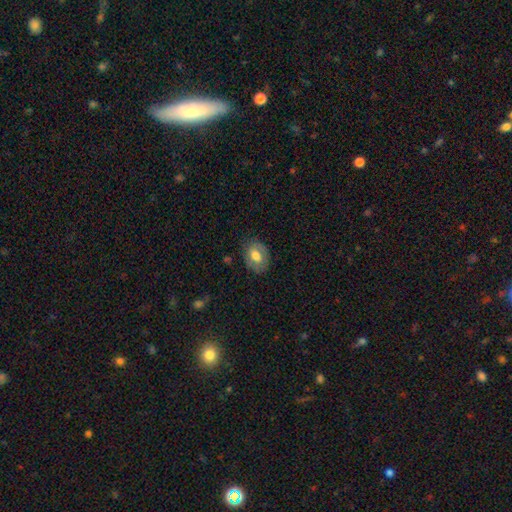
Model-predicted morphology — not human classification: Smooth or featured? smooth (64%)
How rounded? in between (72%)
Merging? none (78%)